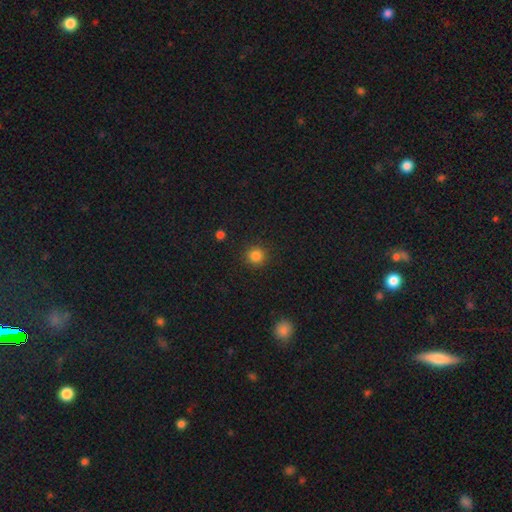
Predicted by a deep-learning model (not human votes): This is clearly a smooth galaxy (84%). How rounded: clearly round (94%). Merging: clearly none (91%).